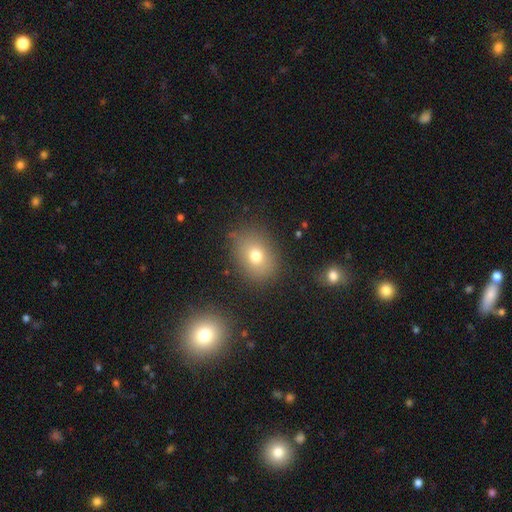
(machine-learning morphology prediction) smooth-or-featured: smooth: 73% | star or artifact: 14% | featured or disk: 13%
  how-rounded: in between: 58% | round: 40% | cigar-shaped: 1%
  merging: none: 83% | minor disturbance: 11% | major disturbance: 4% | merger: 3%